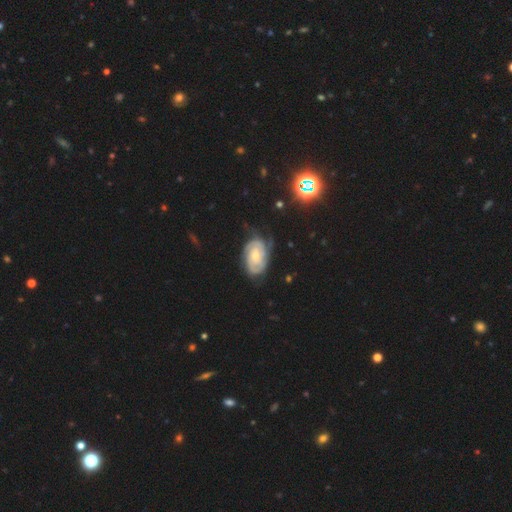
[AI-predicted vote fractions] Smooth or featured: featured or disk — 84% (smooth — 11%)
Edge-on disk: no — 97% (yes — 3%)
Bar: no — 68% (weak — 26%)
Spiral arms: yes — 96% (no — 4%)
Spiral winding: tight — 70% (medium — 24%)
Spiral arm count: 2 — 34% (can't tell — 26%)
Bulge size: small — 48% (moderate — 46%)
Merging: none — 63% (minor disturbance — 25%)